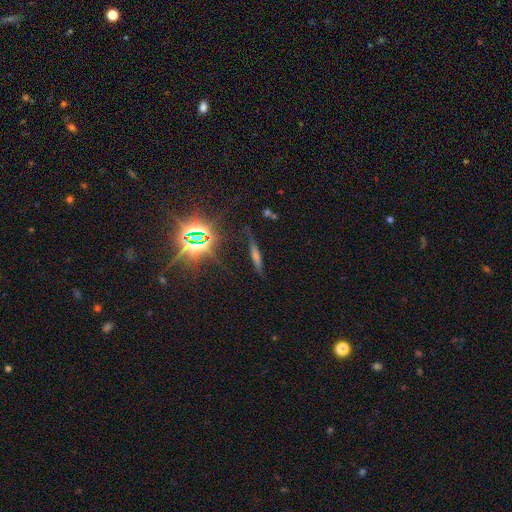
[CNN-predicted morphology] Q: Smooth or featured?
A: featured or disk (34%); runner-up: smooth (33%)
Q: Merging?
A: none (80%); runner-up: minor disturbance (13%)